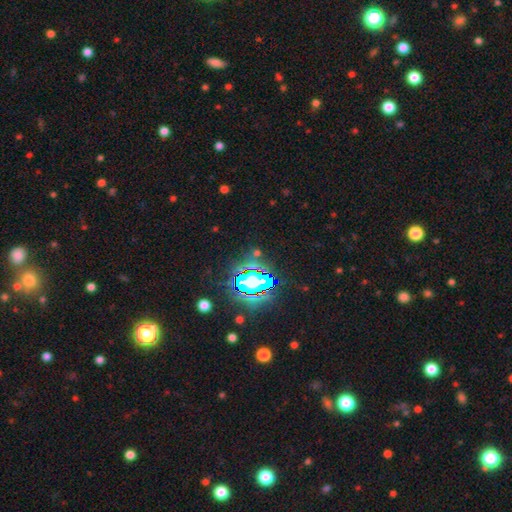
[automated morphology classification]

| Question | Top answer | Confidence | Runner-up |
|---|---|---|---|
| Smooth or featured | star or artifact | 74% | smooth (15%) |